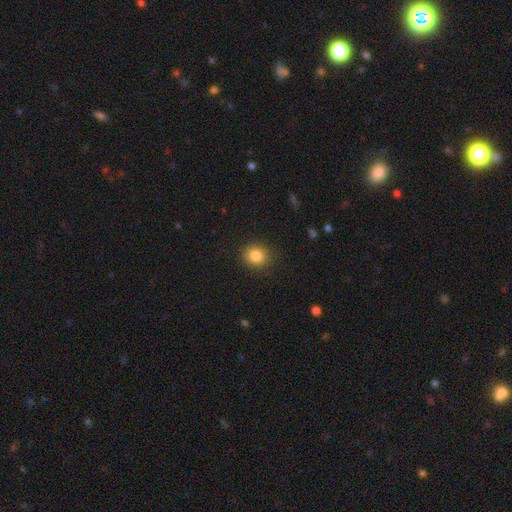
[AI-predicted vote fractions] Overall: smooth (85%). How rounded: round (79%). Merging: none (89%).